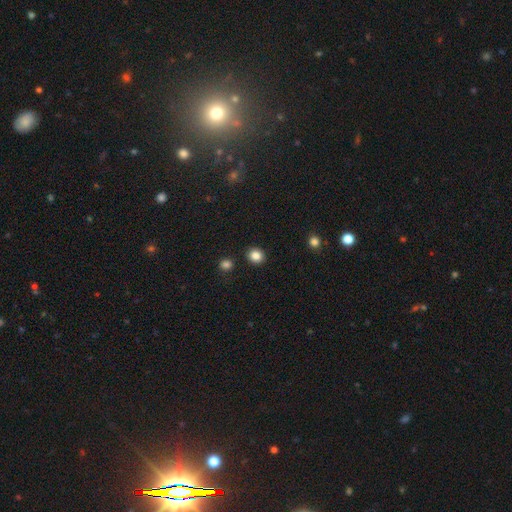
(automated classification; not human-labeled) Smooth or featured? Predicted: smooth (p=0.85). How rounded? Predicted: round (p=0.80). Merging? Predicted: none (p=0.90).